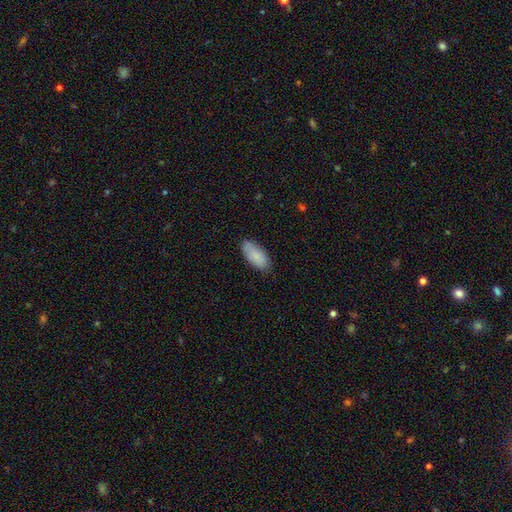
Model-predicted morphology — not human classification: Smooth or featured? smooth (85%)
How rounded? in between (90%)
Merging? none (80%)